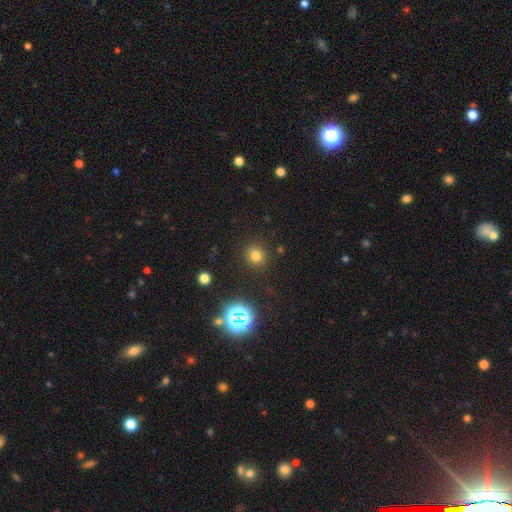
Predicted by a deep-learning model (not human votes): Q: Smooth or featured?
A: smooth (73%); runner-up: star or artifact (21%)
Q: How rounded?
A: round (86%); runner-up: in between (13%)
Q: Merging?
A: none (88%); runner-up: minor disturbance (7%)